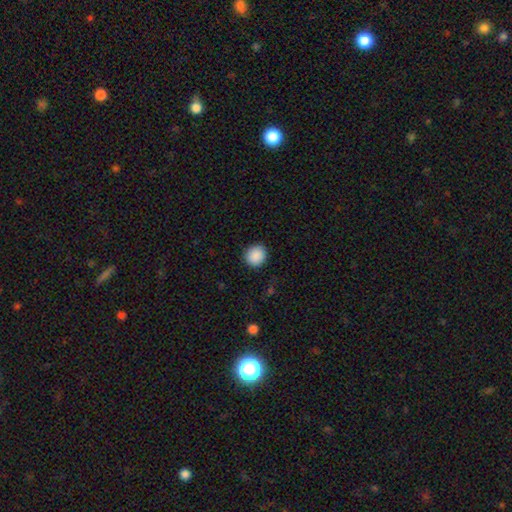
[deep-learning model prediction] A smooth galaxy with no disk features (90%) that is round (87%).

Vote fractions:
- Smooth or featured? smooth: 90% / star or artifact: 8% / featured or disk: 2%
- How rounded? round: 87% / in between: 12% / cigar-shaped: 1%
- Merging? none: 90% / minor disturbance: 7% / major disturbance: 2% / merger: 1%